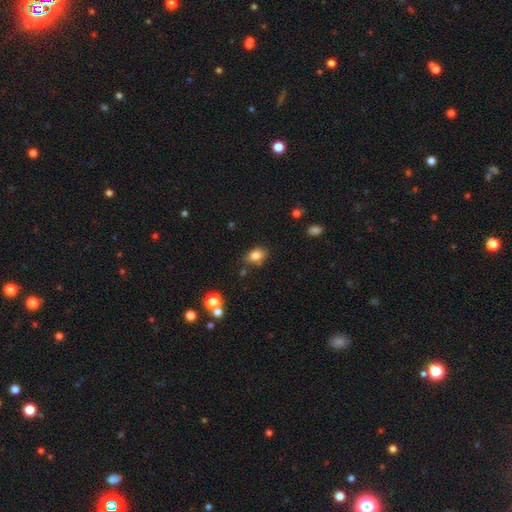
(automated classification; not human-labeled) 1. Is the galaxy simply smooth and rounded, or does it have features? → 81% smooth, 11% star or artifact, 8% featured or disk.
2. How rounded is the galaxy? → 73% in between, 25% round, 2% cigar-shaped.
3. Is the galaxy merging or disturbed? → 70% none, 19% minor disturbance, 7% merger, 4% major disturbance.